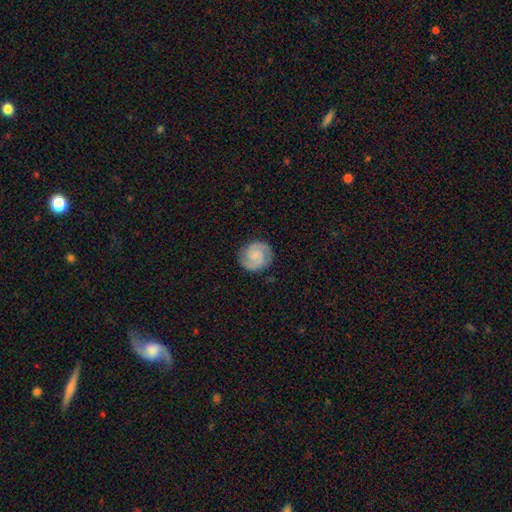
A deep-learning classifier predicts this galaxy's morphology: Q: Smooth or featured?
A: featured or disk (80%); runner-up: smooth (15%)
Q: Edge-on disk?
A: no (98%); runner-up: yes (2%)
Q: Bar?
A: no (51%); runner-up: weak (41%)
Q: Spiral arms?
A: yes (97%); runner-up: no (3%)
Q: Spiral winding?
A: tight (50%); runner-up: medium (42%)
Q: Spiral arm count?
A: 2 (91%); runner-up: can't tell (3%)
Q: Bulge size?
A: none (44%); runner-up: small (38%)
Q: Merging?
A: none (86%); runner-up: minor disturbance (10%)